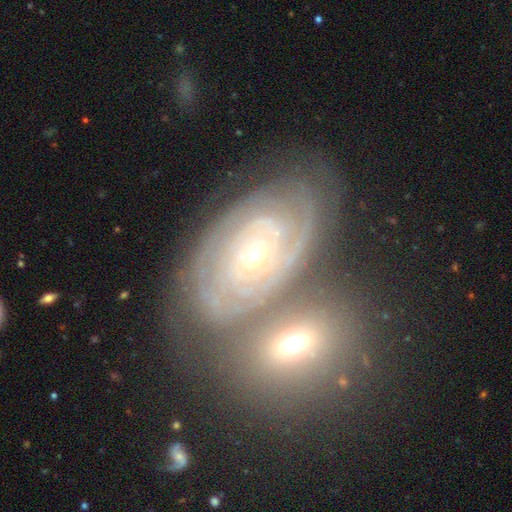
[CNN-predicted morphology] This appears to be a featured or disk galaxy (87%) with no bar (71%), tight (82%) spiral arms (96%) and a small central bulge (69%). Merging: none (57%).